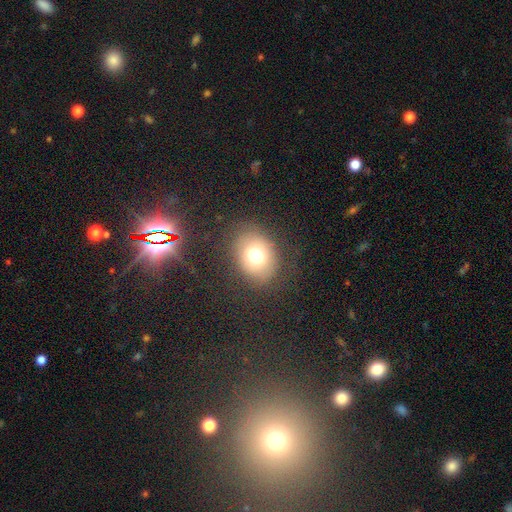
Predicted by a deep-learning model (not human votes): This appears to be a smooth galaxy with no disk features (70%) that is round (57%). Merging: none (79%).